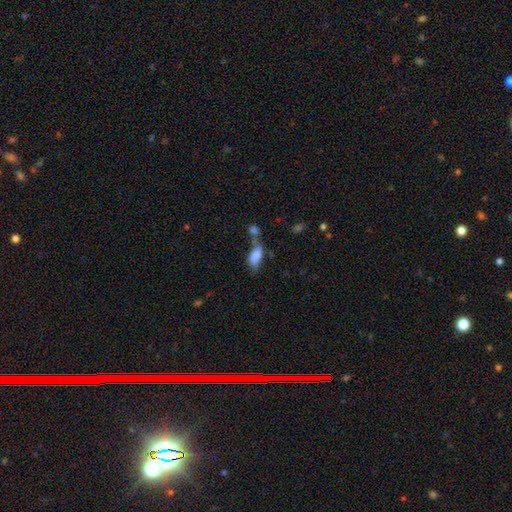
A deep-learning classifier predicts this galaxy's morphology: Overall: smooth (81%). How rounded: in between (85%). Merging: none (35%; merger 33%).